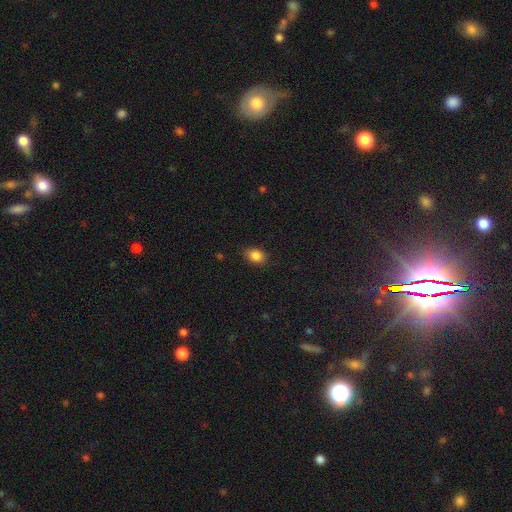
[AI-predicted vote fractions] Morphology: type=smooth (86%); roundness=in between (70%); merging=none (84%).